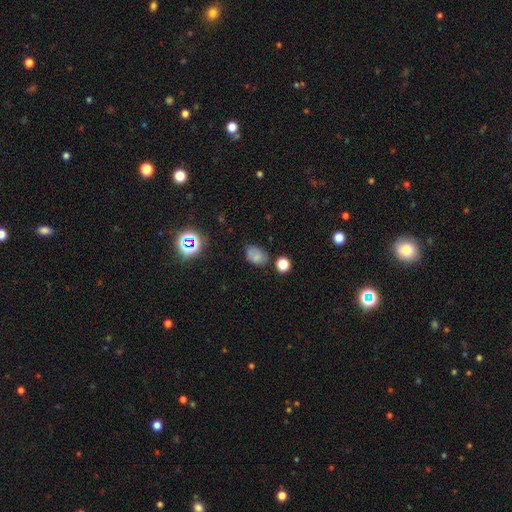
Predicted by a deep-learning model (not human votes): smooth-or-featured: smooth: 69% | star or artifact: 17% | featured or disk: 14%
  how-rounded: in between: 75% | round: 23% | cigar-shaped: 1%
  merging: none: 62% | minor disturbance: 23% | merger: 8% | major disturbance: 7%